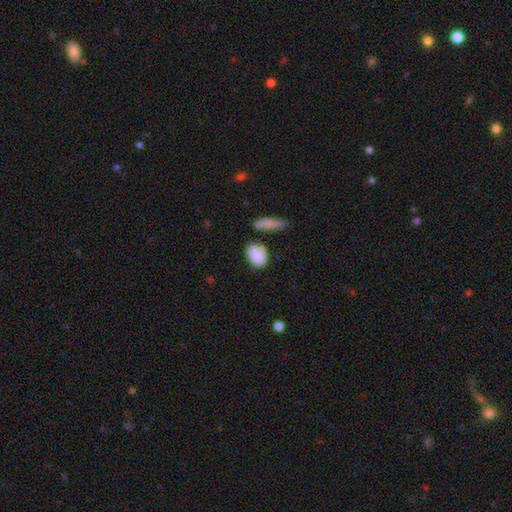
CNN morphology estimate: Smooth or featured? smooth (88%)
How rounded? in between (79%)
Merging? none (63%)